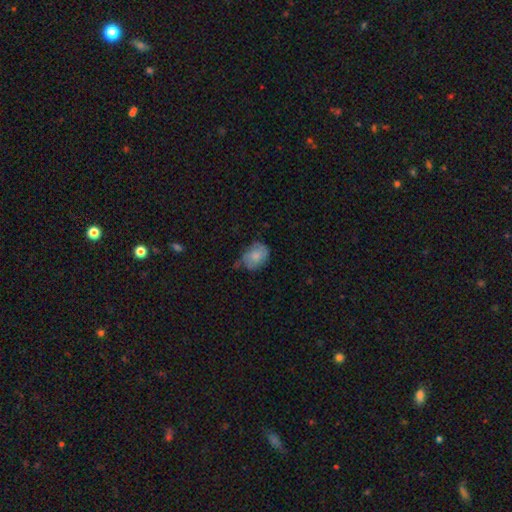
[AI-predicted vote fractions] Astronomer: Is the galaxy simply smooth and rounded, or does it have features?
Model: smooth — 73%.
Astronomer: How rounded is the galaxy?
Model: in between — 71%.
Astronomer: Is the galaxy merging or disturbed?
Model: none — 53% (runner-up: minor disturbance, 35%).